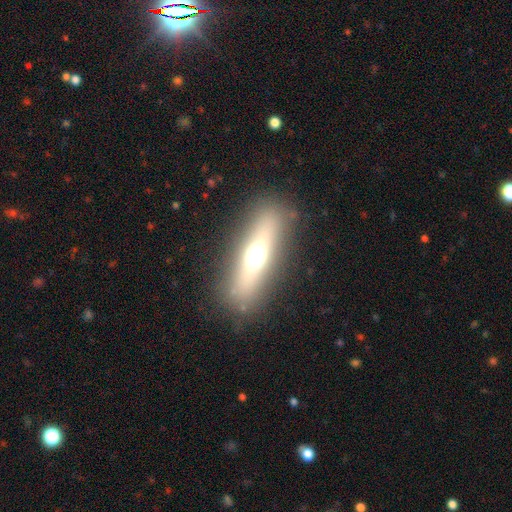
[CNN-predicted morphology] Smooth or featured? featured or disk (44%)
Merging? none (86%)